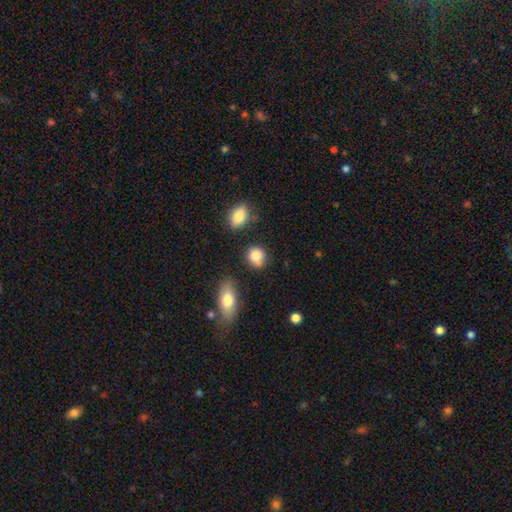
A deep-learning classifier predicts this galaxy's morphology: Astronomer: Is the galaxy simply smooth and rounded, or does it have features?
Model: smooth — 85%.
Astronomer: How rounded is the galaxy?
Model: round — 70%.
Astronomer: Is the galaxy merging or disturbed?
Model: none — 71%.